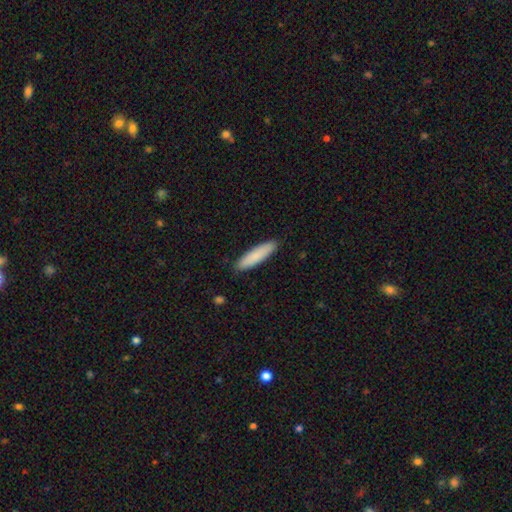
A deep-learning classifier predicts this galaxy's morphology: smooth-or-featured: smooth: 86% | featured or disk: 8% | star or artifact: 6%
  how-rounded: cigar-shaped: 78% | in between: 21% | round: 1%
  merging: none: 90% | minor disturbance: 7% | major disturbance: 1% | merger: 1%